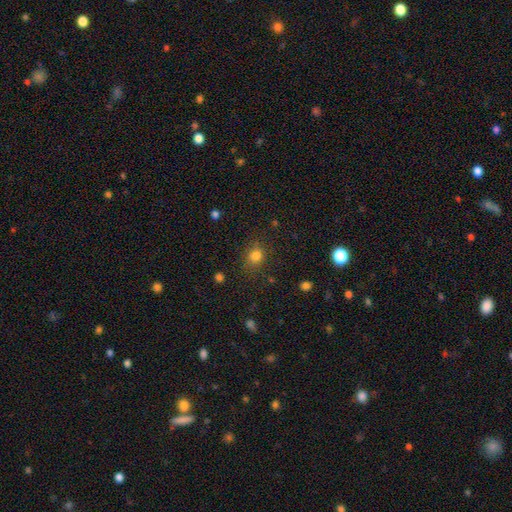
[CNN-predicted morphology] Smooth or featured: smooth — 80% (star or artifact — 15%)
How rounded: round — 67% (in between — 32%)
Merging: none — 75% (minor disturbance — 16%)